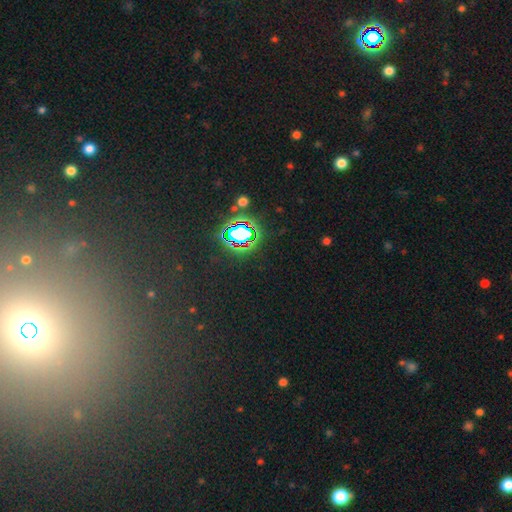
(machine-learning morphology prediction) type=star or artifact (77%).